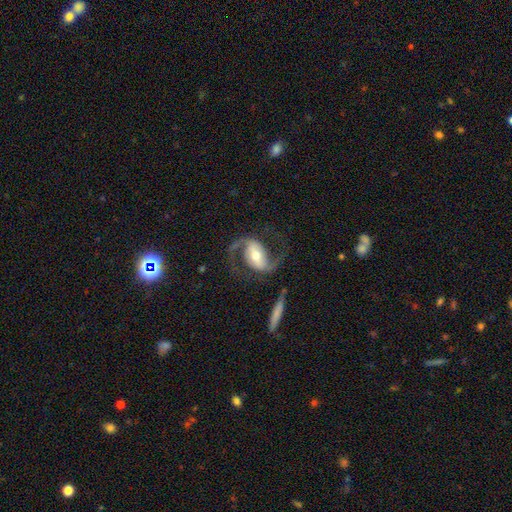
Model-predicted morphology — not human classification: This appears to be a featured or disk galaxy (89%) with a strong bar (43%), 2 (93%) loose (46%) spiral arms (97%) and a moderate central bulge (59%). Merging: none (73%).